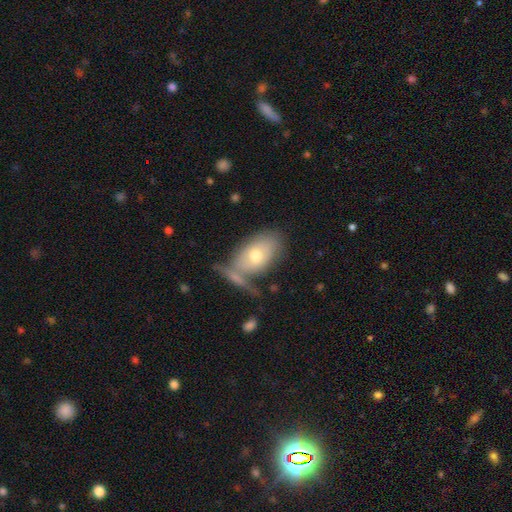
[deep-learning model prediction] smooth 67%, featured or disk 26%, star or artifact 7%. Down the decision tree: how rounded — in between (87%); merging — none (50%).